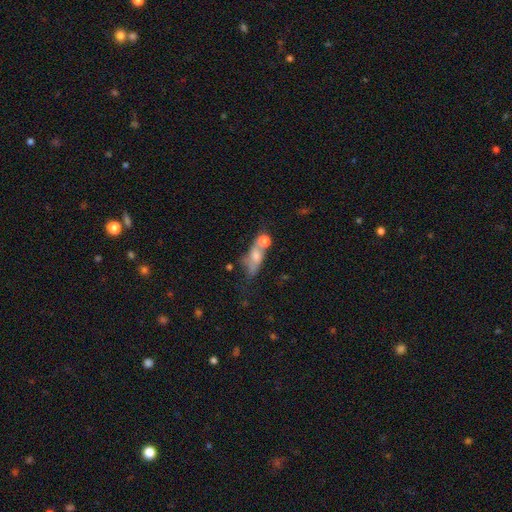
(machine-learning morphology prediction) type=smooth (57%); roundness=in between (67%); merging=merger (45%).